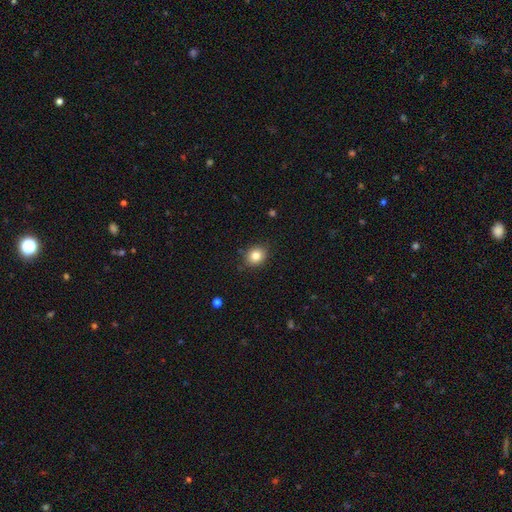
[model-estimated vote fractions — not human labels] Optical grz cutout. It shows a smooth galaxy with no disk features (83%) that is round (65%). Merging: none (87%).